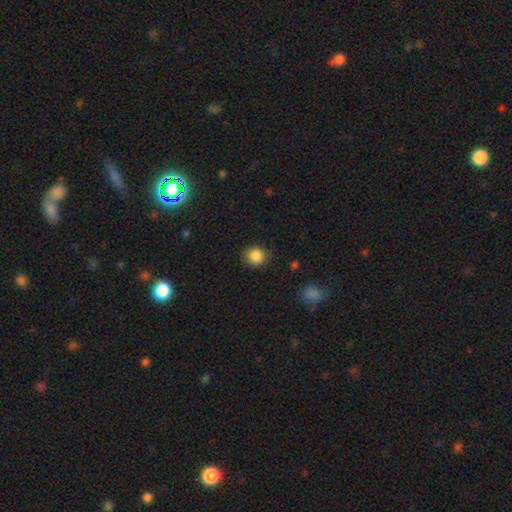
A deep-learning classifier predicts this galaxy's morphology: A smooth galaxy with no disk features (87%) that is round (83%).

Vote fractions:
- Smooth or featured? smooth: 87% / star or artifact: 10% / featured or disk: 4%
- How rounded? round: 83% / in between: 16% / cigar-shaped: 1%
- Merging? none: 84% / minor disturbance: 11% / major disturbance: 3% / merger: 1%